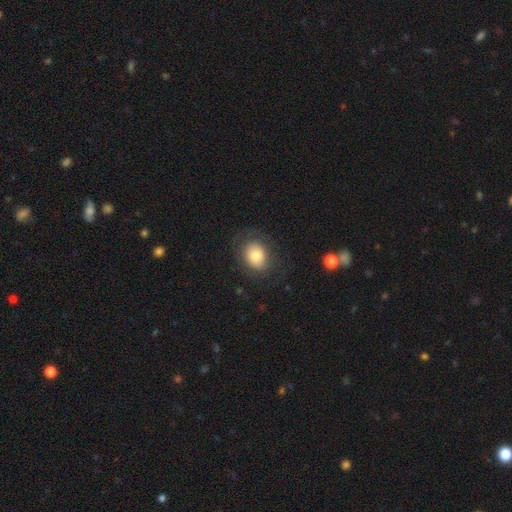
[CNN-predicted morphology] Q: Smooth or featured?
A: smooth (76%); runner-up: featured or disk (16%)
Q: How rounded?
A: in between (59%); runner-up: round (40%)
Q: Merging?
A: none (71%); runner-up: minor disturbance (17%)